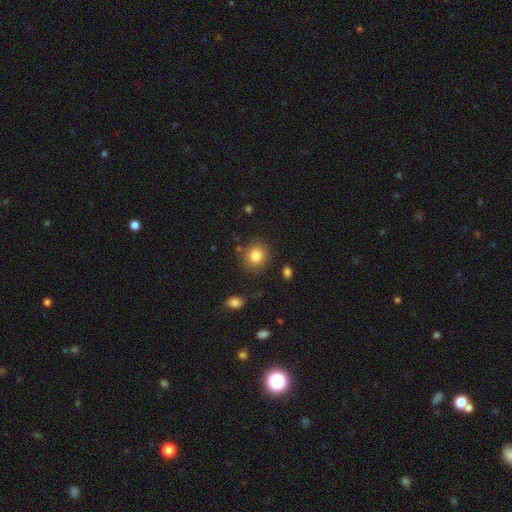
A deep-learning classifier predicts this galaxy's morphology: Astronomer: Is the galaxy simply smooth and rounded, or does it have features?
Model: smooth — 83%.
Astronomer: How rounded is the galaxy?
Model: round — 85%.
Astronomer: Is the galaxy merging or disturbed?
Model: none — 84%.